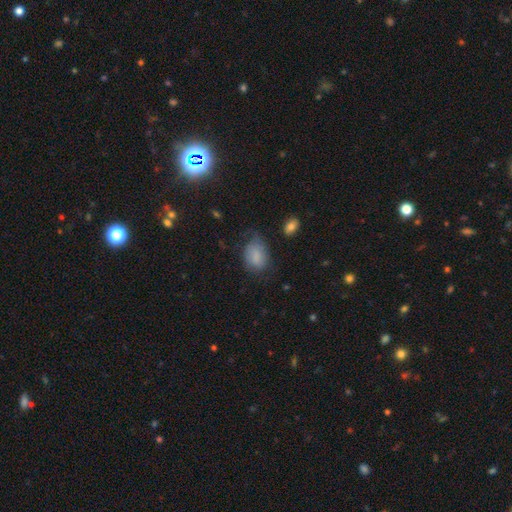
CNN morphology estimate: Smooth or featured? smooth (79%)
How rounded? in between (77%)
Merging? none (50%)